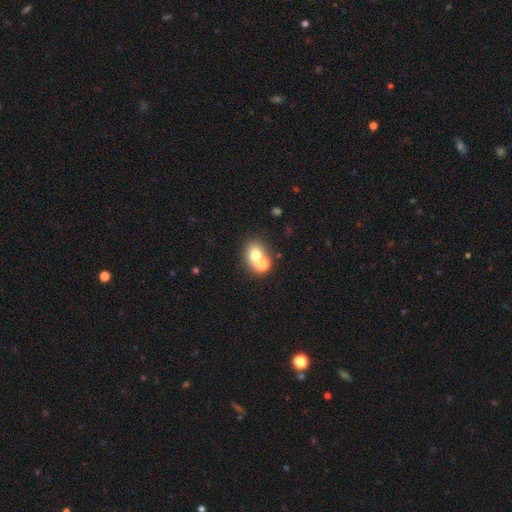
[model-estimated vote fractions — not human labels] This is likely a smooth galaxy (70%). How rounded: likely round (65%). Merging: marginally merger (45%, tied with none).